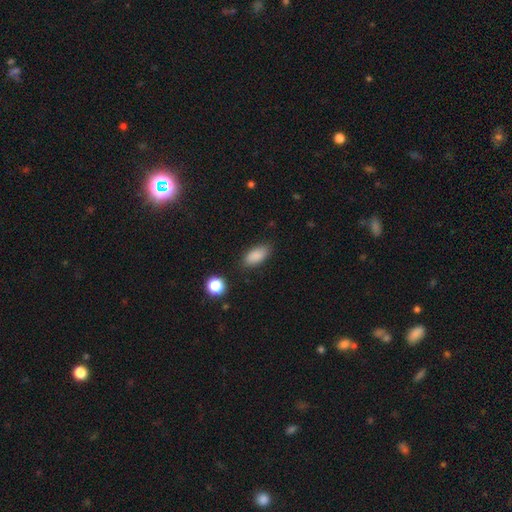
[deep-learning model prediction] This appears to be a smooth galaxy with no disk features (87%) that is in between round and cigar-shaped (89%). Merging: none (82%).